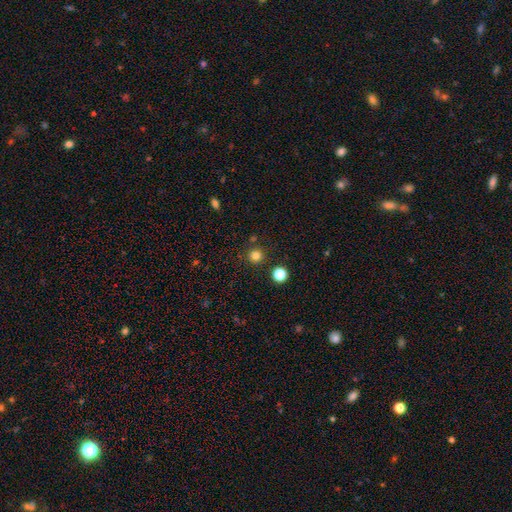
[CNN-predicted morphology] smooth 81%, star or artifact 15%, featured or disk 4%. Down the decision tree: how rounded — round (95%); merging — none (87%).